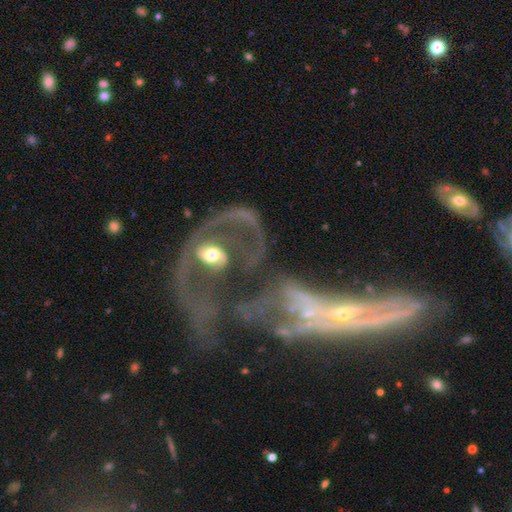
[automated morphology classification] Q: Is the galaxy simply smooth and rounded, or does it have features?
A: featured or disk — 73%.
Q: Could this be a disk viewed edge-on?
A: no — 83%.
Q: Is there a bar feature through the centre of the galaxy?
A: no — 76%.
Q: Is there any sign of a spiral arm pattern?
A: no — 54%.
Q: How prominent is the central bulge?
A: moderate — 42%.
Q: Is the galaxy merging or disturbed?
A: merger — 56%.